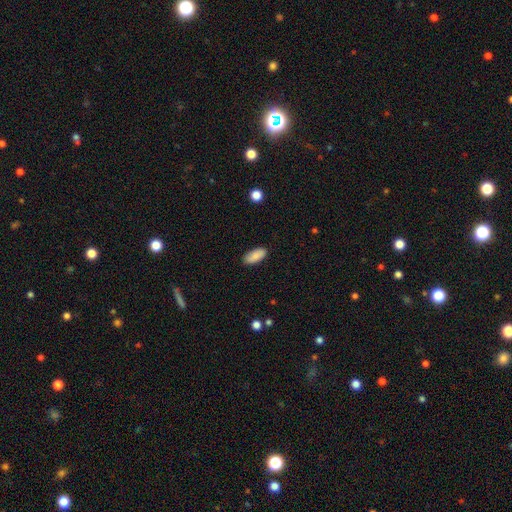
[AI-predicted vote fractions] A smooth galaxy with no disk features (87%) that is in between round and cigar-shaped (87%).

Vote fractions:
- Smooth or featured? smooth: 87% / star or artifact: 7% / featured or disk: 6%
- How rounded? in between: 87% / cigar-shaped: 11% / round: 2%
- Merging? none: 87% / minor disturbance: 10% / major disturbance: 2% / merger: 1%